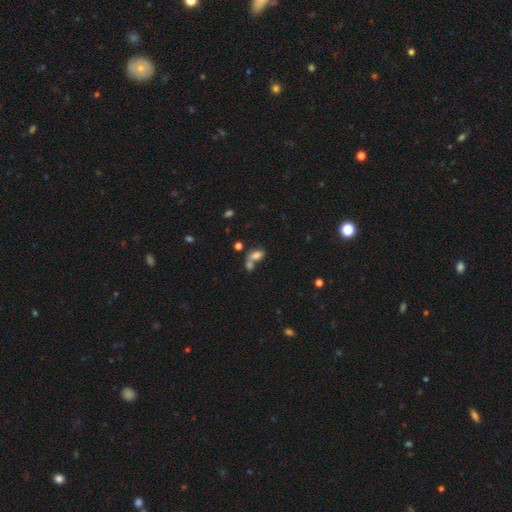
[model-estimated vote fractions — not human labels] Smooth or featured? smooth (73%)
How rounded? in between (82%)
Merging? merger (55%)